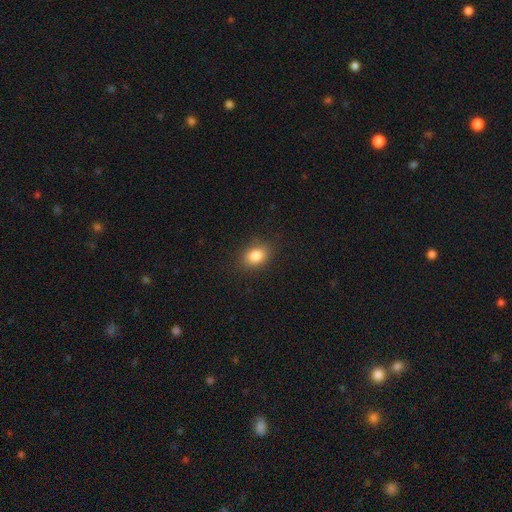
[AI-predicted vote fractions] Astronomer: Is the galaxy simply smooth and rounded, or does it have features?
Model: smooth — 84%.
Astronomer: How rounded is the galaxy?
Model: in between — 71%.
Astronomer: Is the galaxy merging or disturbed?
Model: none — 84%.